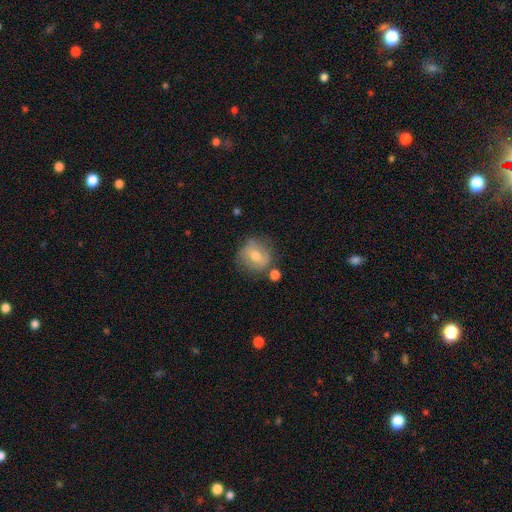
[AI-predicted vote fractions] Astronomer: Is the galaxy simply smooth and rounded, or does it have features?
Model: smooth — 54% (runner-up: featured or disk, 36%).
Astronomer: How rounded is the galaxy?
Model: round — 81%.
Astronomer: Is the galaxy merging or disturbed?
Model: none — 70%.